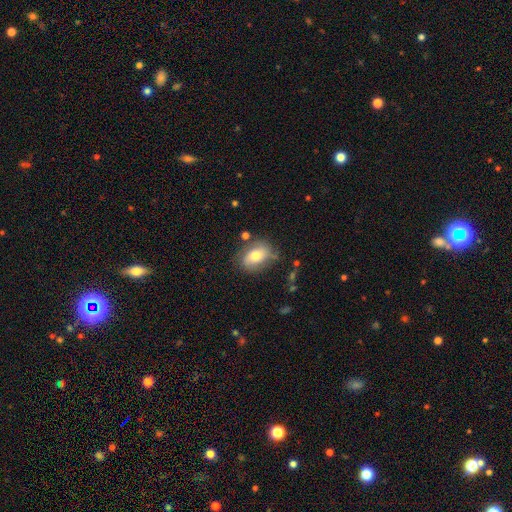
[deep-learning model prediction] smooth 64%, featured or disk 28%, star or artifact 8%. Down the decision tree: how rounded — in between (76%); merging — none (64%).